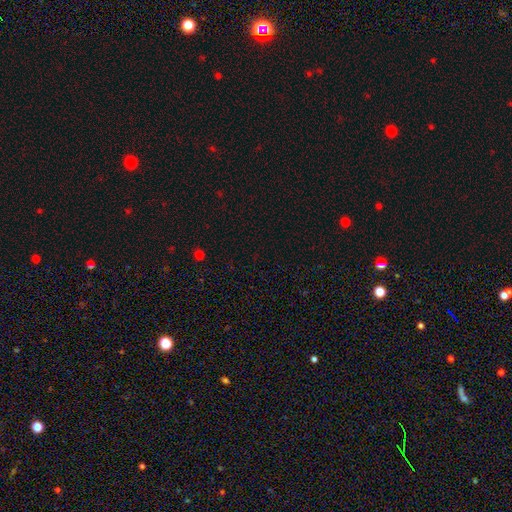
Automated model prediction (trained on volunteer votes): Smooth or featured: star or artifact — 70% (smooth — 23%)